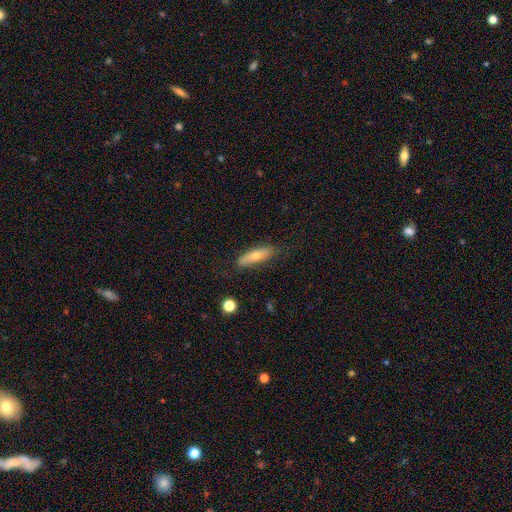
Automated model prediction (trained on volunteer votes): This is likely a smooth galaxy (61%). How rounded: possibly cigar-shaped (58%). Merging: likely none (74%).